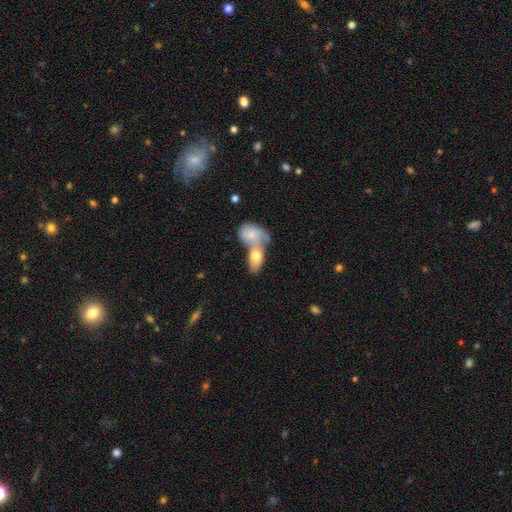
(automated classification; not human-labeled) smooth-or-featured: smooth: 71% | featured or disk: 23% | star or artifact: 7%
  how-rounded: in between: 85% | round: 9% | cigar-shaped: 6%
  merging: merger: 72% | none: 17% | minor disturbance: 7% | major disturbance: 5%